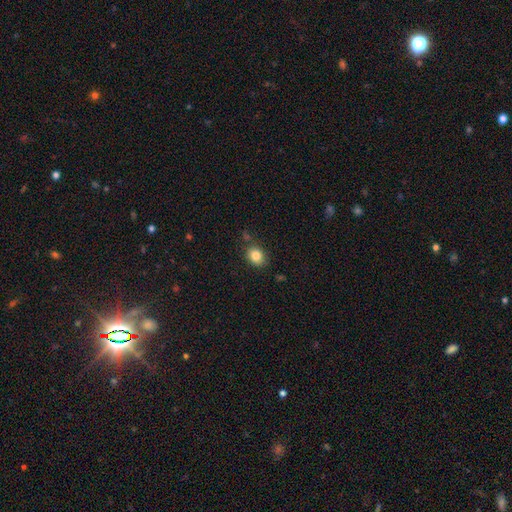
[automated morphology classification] Smooth or featured?
  - smooth: 84% *
  - star or artifact: 10%
  - featured or disk: 6%
How rounded?
  - round: 53% *
  - in between: 46%
  - cigar-shaped: 1%
Merging?
  - none: 79% *
  - minor disturbance: 13%
  - merger: 4%
  - major disturbance: 3%